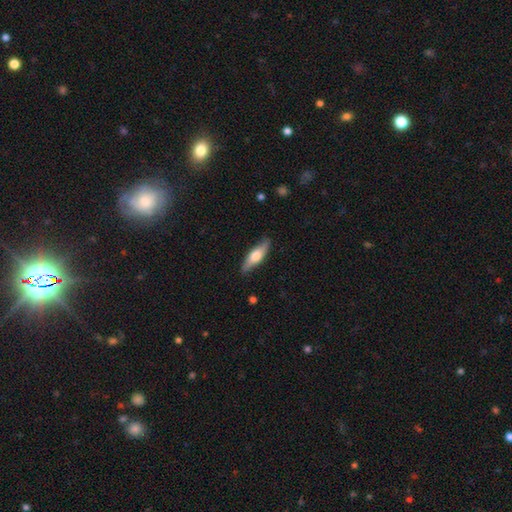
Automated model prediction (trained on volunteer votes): smooth_or_featured: smooth (p=0.54) [alt: featured or disk p=0.41]
how_rounded: cigar-shaped (p=0.56) [alt: in between p=0.41]
merging: none (p=0.84) [alt: minor disturbance p=0.13]